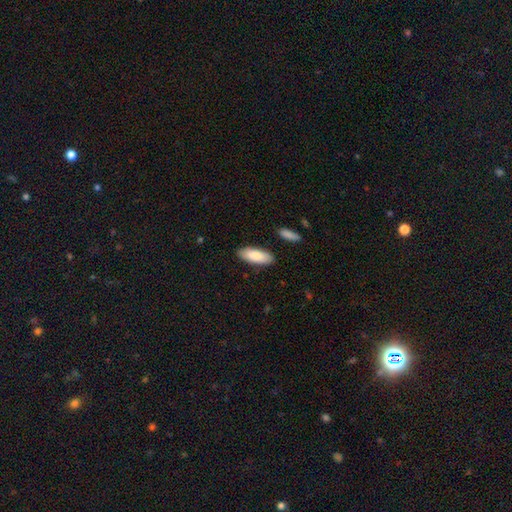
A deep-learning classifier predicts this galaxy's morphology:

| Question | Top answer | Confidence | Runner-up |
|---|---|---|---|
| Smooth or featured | smooth | 85% | featured or disk (10%) |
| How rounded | in between | 76% | cigar-shaped (23%) |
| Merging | none | 86% | minor disturbance (9%) |